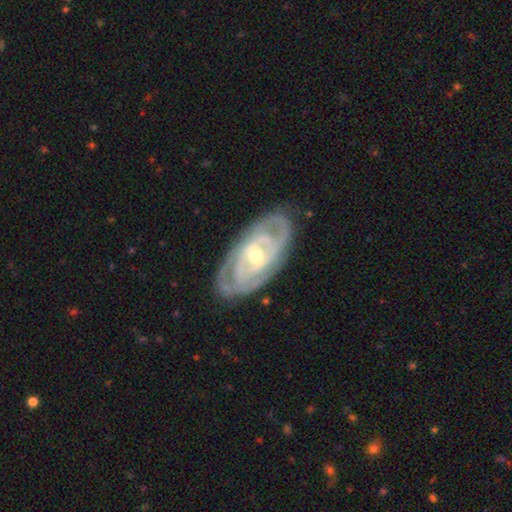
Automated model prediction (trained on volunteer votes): A featured or disk galaxy (87%) with a weak bar (43%), 2 (38%) tight (72%) spiral arms (93%) and a moderate central bulge (56%).

Vote fractions:
- Smooth or featured? featured or disk: 87% / smooth: 8% / star or artifact: 4%
- Edge-on disk? no: 93% / yes: 7%
- Bar? weak: 43% / no: 35% / strong: 22%
- Spiral arms? yes: 93% / no: 7%
- Spiral winding? tight: 72% / medium: 24% / loose: 4%
- Spiral arm count? 2: 38% / can't tell: 28% / 3: 20% / 4: 7% / 1: 4% / more than 4: 4%
- Bulge size? moderate: 56% / small: 39% / large: 3% / none: 1% / dominant: 1%
- Merging? none: 82% / minor disturbance: 14% / major disturbance: 4% / merger: 1%